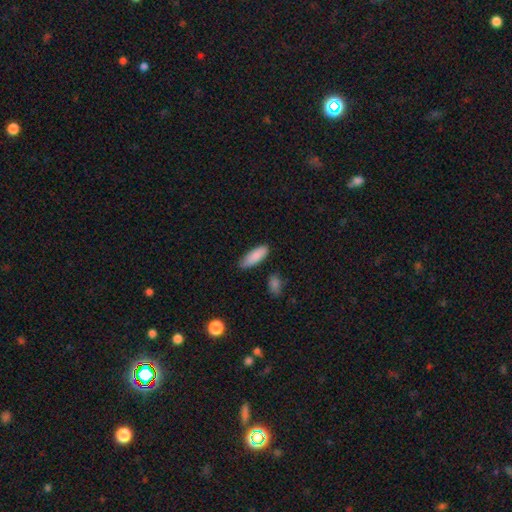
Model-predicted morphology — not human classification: A smooth galaxy with no disk features (87%) that is in between round and cigar-shaped (68%).

Vote fractions:
- Smooth or featured? smooth: 87% / featured or disk: 7% / star or artifact: 6%
- How rounded? in between: 68% / cigar-shaped: 30% / round: 2%
- Merging? none: 79% / minor disturbance: 15% / merger: 3% / major disturbance: 3%